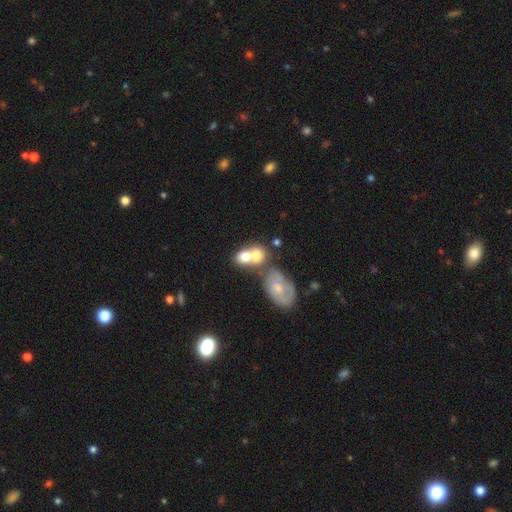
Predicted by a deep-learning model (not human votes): This is likely a smooth galaxy (65%). How rounded: possibly in between (58%). Merging: likely merger (64%).